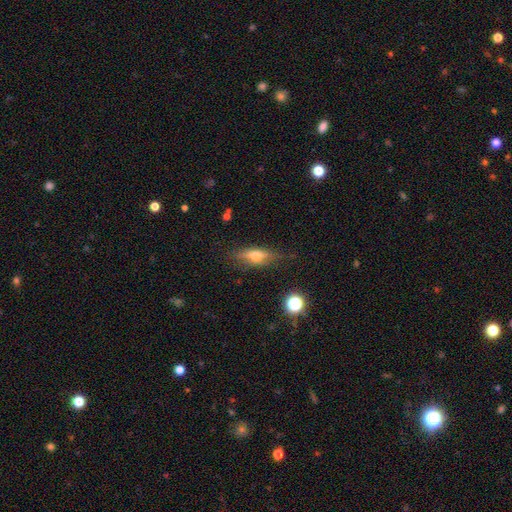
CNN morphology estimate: Smooth or featured: featured or disk — 47% (smooth — 43%)
Merging: none — 78% (minor disturbance — 16%)